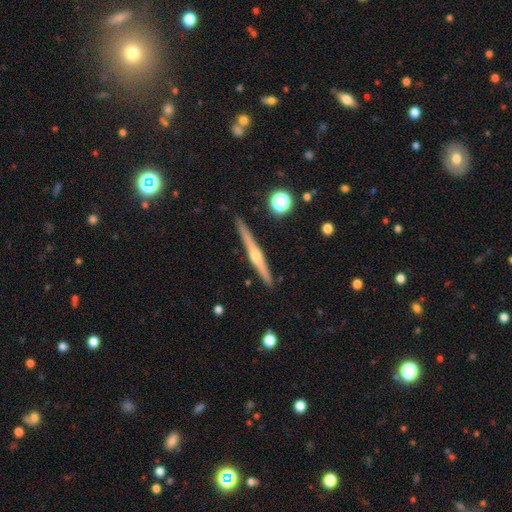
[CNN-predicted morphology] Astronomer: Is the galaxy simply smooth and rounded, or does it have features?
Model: featured or disk — 77%.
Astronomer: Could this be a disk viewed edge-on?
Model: yes — 98%.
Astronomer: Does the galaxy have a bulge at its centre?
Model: rounded — 85%.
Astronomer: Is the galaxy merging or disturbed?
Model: none — 91%.